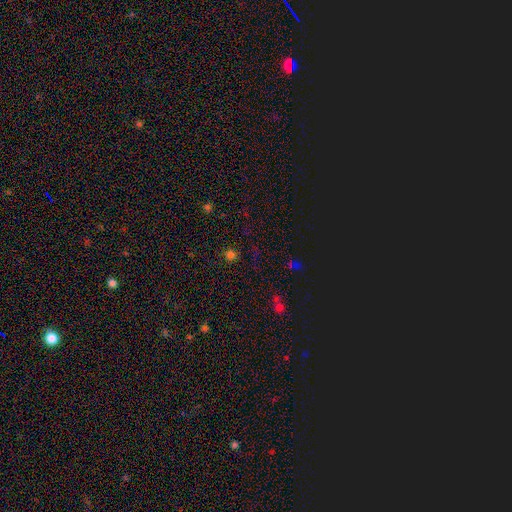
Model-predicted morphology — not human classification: Smooth or featured: star or artifact — 50% (smooth — 43%)